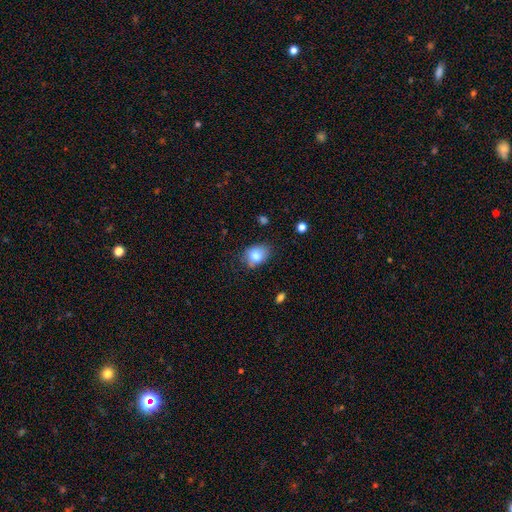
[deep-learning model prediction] A smooth galaxy with no disk features (80%) that is in between round and cigar-shaped (65%).

Vote fractions:
- Smooth or featured? smooth: 80% / featured or disk: 11% / star or artifact: 9%
- How rounded? in between: 65% / round: 34% / cigar-shaped: 1%
- Merging? none: 62% / minor disturbance: 28% / major disturbance: 7% / merger: 3%